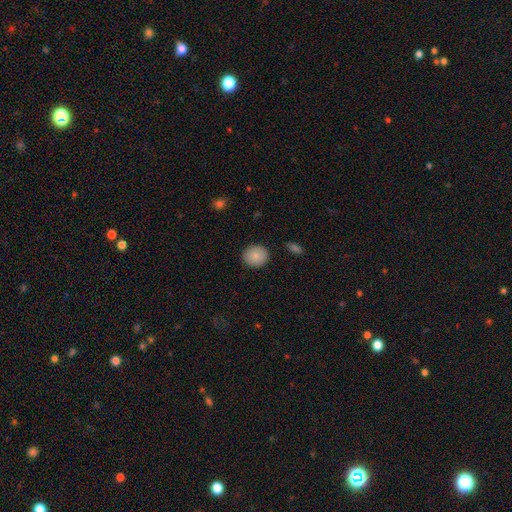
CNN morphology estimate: smooth 87%, star or artifact 8%, featured or disk 6%. Down the decision tree: how rounded — round (79%); merging — none (89%).